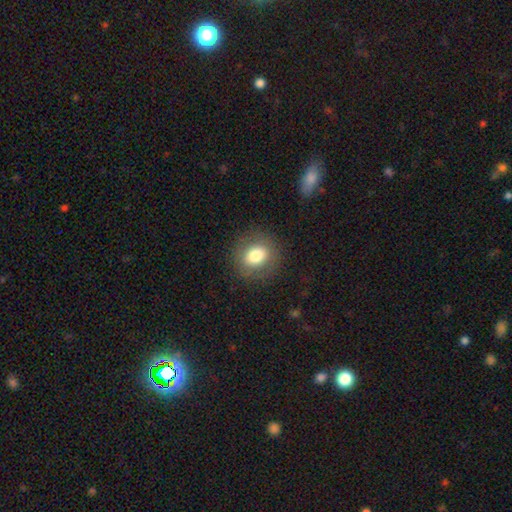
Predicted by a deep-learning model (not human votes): Smooth or featured? smooth (75%)
How rounded? round (71%)
Merging? none (85%)